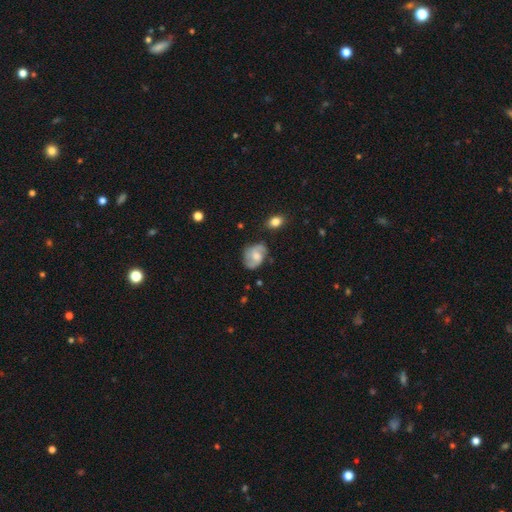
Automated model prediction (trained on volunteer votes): Morphology: type=featured or disk (58%); edge-on=no (97%); bar=no (51%); spiral arms=yes (86%); bulge=moderate (50%); merging=none (67%).